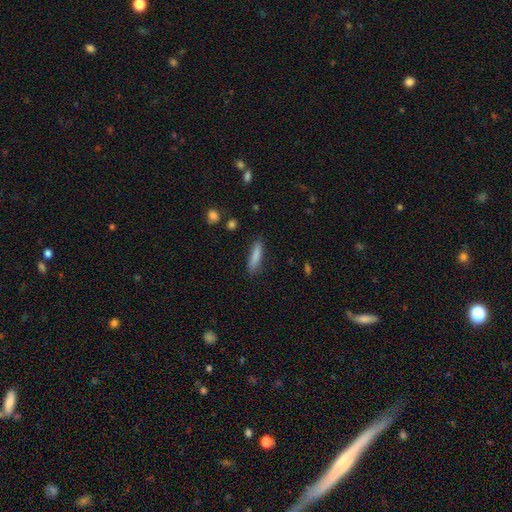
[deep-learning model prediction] Smooth or featured? smooth (84%)
How rounded? cigar-shaped (80%)
Merging? none (84%)